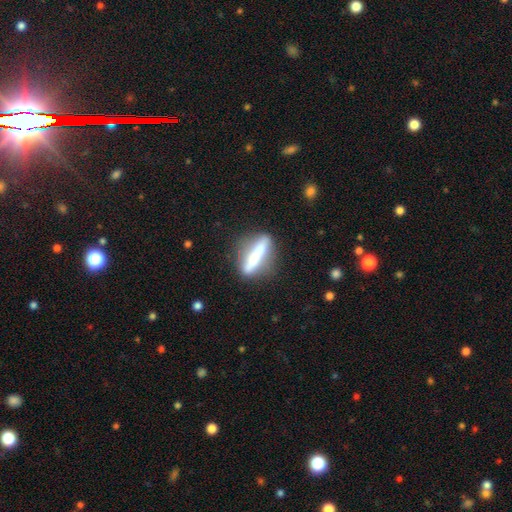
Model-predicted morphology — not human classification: Smooth or featured?
  - featured or disk: 47% *
  - smooth: 45%
  - star or artifact: 8%
Merging?
  - none: 74% *
  - minor disturbance: 15%
  - major disturbance: 7%
  - merger: 4%